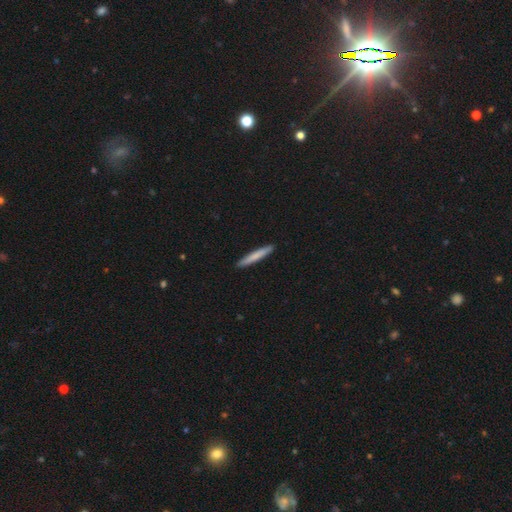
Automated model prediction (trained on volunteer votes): Overall: smooth (75%). How rounded: cigar-shaped (95%). Merging: none (92%).